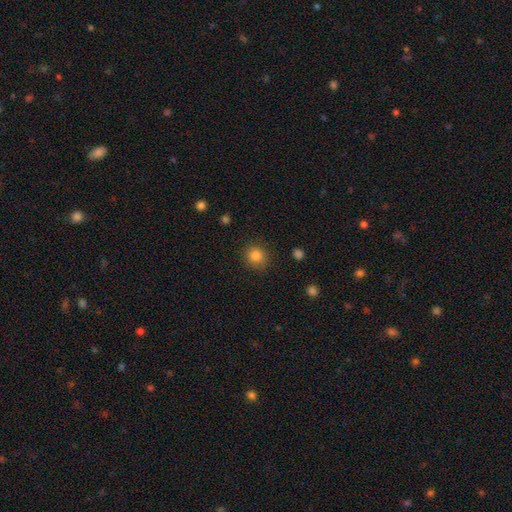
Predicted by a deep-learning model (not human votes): Smooth or featured?
  - smooth: 84% *
  - star or artifact: 11%
  - featured or disk: 5%
How rounded?
  - round: 88% *
  - in between: 11%
  - cigar-shaped: 1%
Merging?
  - none: 88% *
  - minor disturbance: 8%
  - major disturbance: 3%
  - merger: 1%